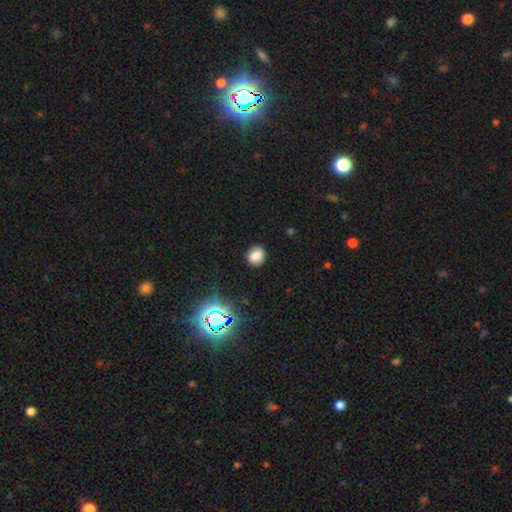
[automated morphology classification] This is likely a smooth galaxy (79%). How rounded: likely round (76%). Merging: clearly none (88%).